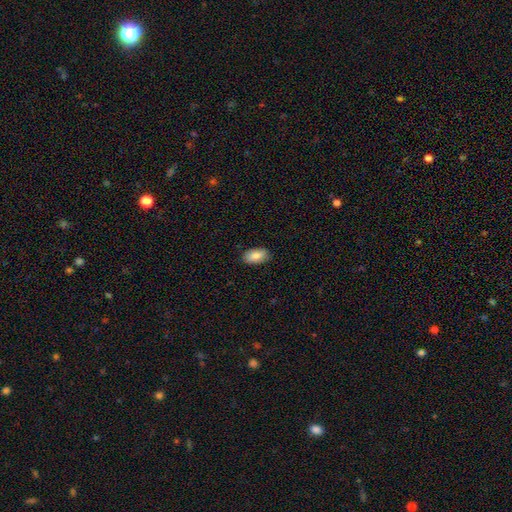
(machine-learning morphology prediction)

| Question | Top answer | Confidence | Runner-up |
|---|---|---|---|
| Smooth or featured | smooth | 84% | featured or disk (9%) |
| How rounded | in between | 93% | round (4%) |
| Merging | none | 86% | minor disturbance (11%) |